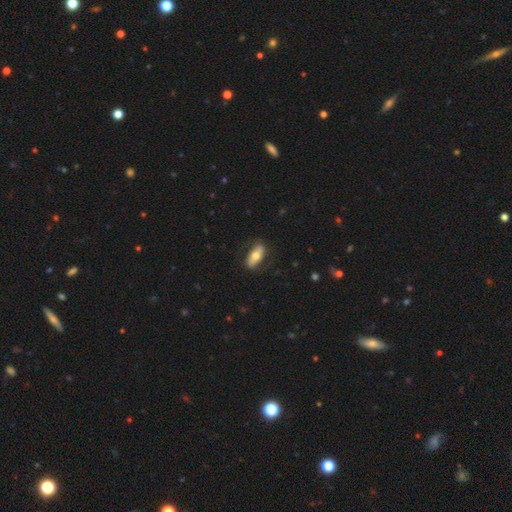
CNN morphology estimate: smooth 56%, featured or disk 38%, star or artifact 6%. Down the decision tree: how rounded — in between (76%); merging — none (78%).